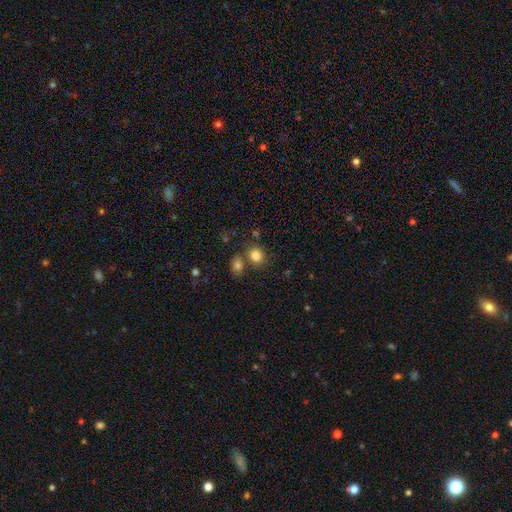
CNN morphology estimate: A smooth galaxy with no disk features (83%) that is round (69%). Merging: none (67%).